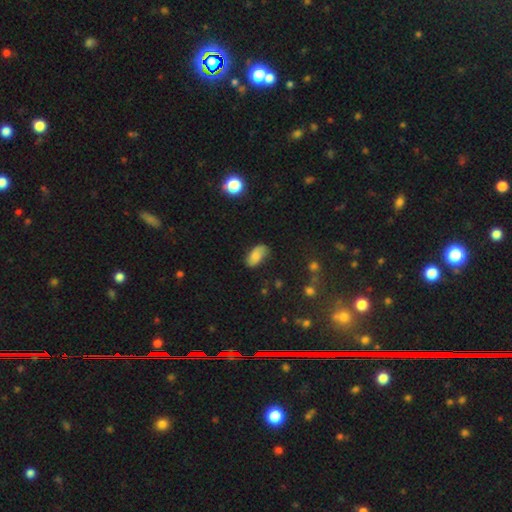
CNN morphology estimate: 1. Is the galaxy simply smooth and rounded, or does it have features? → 76% smooth, 16% featured or disk, 8% star or artifact.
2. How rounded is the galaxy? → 93% in between, 4% cigar-shaped, 3% round.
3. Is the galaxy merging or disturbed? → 71% none, 23% minor disturbance, 5% major disturbance, 2% merger.